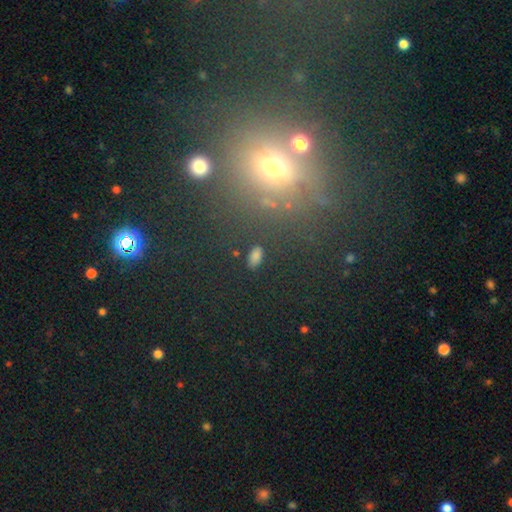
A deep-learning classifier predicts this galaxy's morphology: Smooth or featured?
  - smooth: 67% *
  - star or artifact: 23%
  - featured or disk: 10%
How rounded?
  - in between: 78% *
  - round: 15%
  - cigar-shaped: 7%
Merging?
  - none: 85% *
  - minor disturbance: 8%
  - major disturbance: 4%
  - merger: 3%